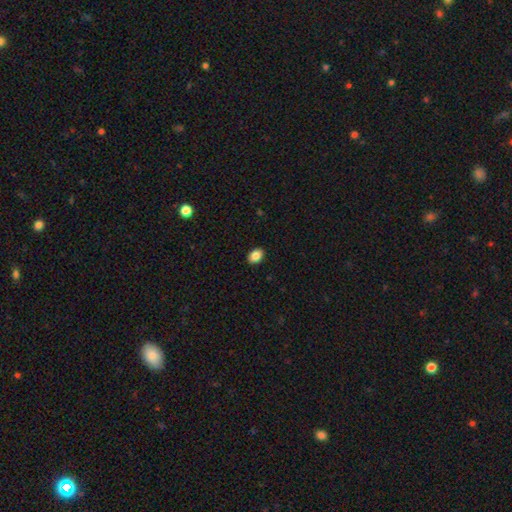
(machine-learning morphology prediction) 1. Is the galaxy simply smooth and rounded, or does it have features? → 87% smooth, 8% star or artifact, 5% featured or disk.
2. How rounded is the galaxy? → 73% in between, 26% round, 1% cigar-shaped.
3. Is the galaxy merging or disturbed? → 91% none, 7% minor disturbance, 2% major disturbance, 1% merger.